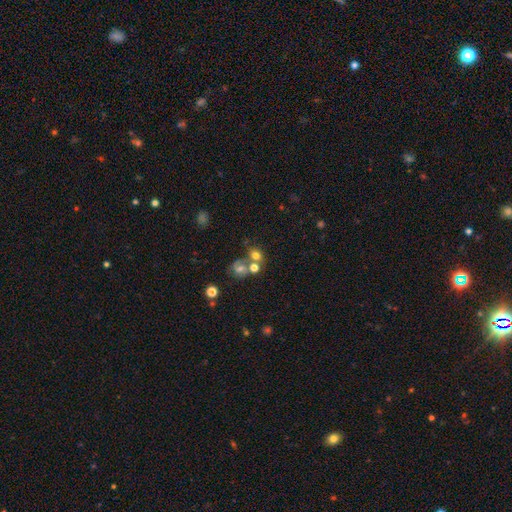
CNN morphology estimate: The model was most divided on "merging": none: 43%, merger: 40%, minor disturbance: 11%, major disturbance: 6%. More confident: how rounded — round (66%); smooth or featured — smooth (66%).